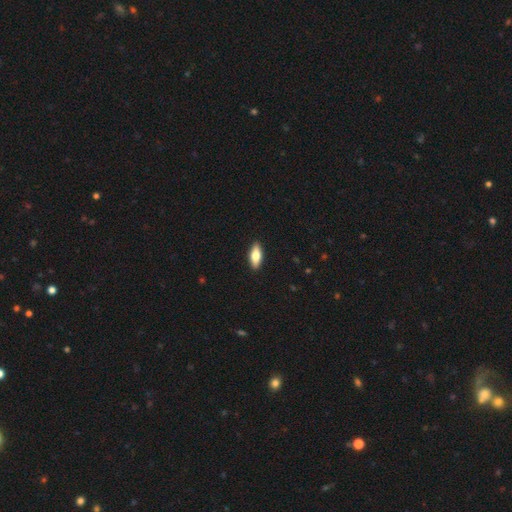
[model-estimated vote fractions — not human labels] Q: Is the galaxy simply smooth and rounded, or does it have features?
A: smooth — 70%.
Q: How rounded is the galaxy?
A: in between — 72%.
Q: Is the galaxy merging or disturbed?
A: none — 90%.